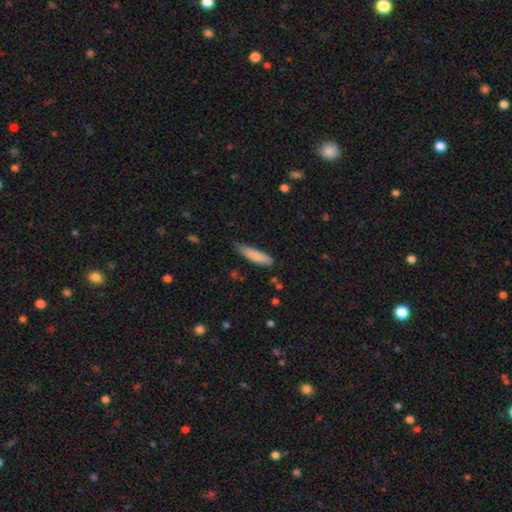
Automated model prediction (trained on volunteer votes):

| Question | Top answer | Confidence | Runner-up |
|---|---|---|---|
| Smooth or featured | smooth | 83% | featured or disk (10%) |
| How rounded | cigar-shaped | 76% | in between (23%) |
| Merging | none | 64% | minor disturbance (30%) |